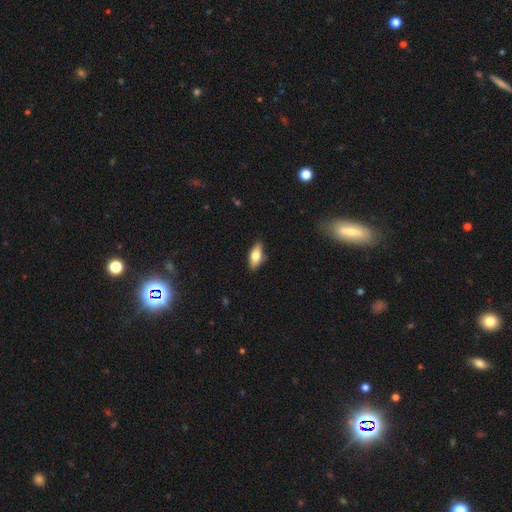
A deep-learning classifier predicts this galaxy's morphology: Smooth or featured: smooth — 69% (featured or disk — 24%)
How rounded: in between — 82% (cigar-shaped — 15%)
Merging: none — 85% (minor disturbance — 12%)